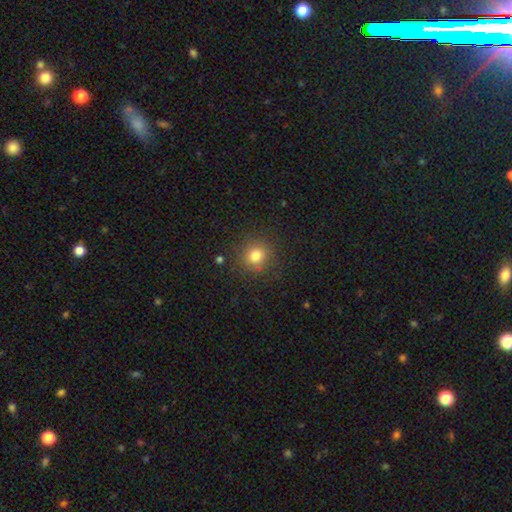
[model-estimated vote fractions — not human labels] This appears to be a smooth galaxy with no disk features (79%) that is round (88%). Merging: none (86%).